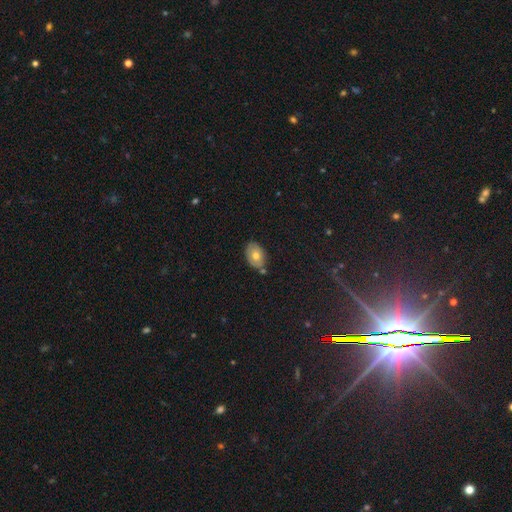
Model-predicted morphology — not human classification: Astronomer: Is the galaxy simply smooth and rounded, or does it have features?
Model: smooth — 66%.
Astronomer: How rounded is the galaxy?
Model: in between — 82%.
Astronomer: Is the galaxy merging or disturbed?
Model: none — 71%.